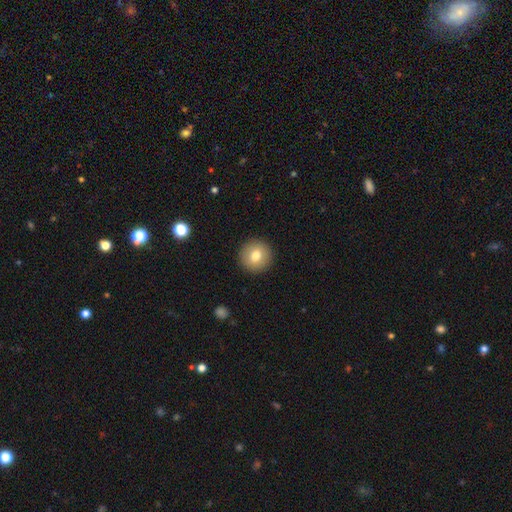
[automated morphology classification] A smooth galaxy with no disk features (77%) that is round (95%). Merging: none (92%).